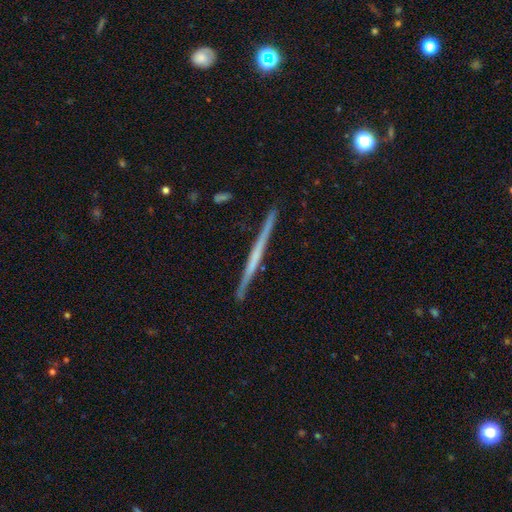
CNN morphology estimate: A featured or disk galaxy (69%) viewed edge-on (98%) with no central bulge (74%). Merging: none (92%).